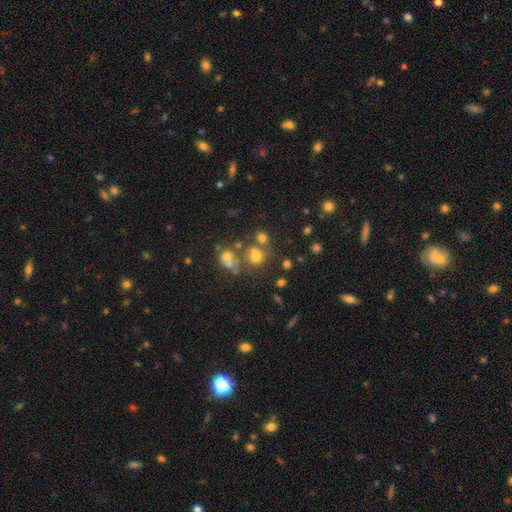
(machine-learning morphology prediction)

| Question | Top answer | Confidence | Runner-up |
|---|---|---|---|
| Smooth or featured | smooth | 54% | star or artifact (26%) |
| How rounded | round | 73% | in between (26%) |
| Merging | none | 47% | merger (35%) |